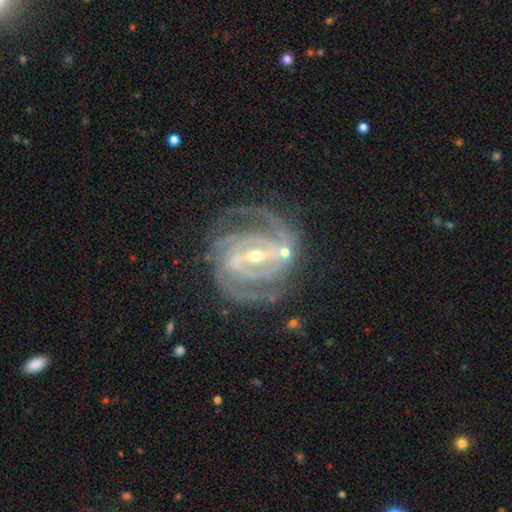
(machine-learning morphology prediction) This appears to be a featured or disk galaxy (92%) with a strong bar (63%), 2 (42%) tight (60%) spiral arms (98%) and a small central bulge (58%). Merging: none (72%).